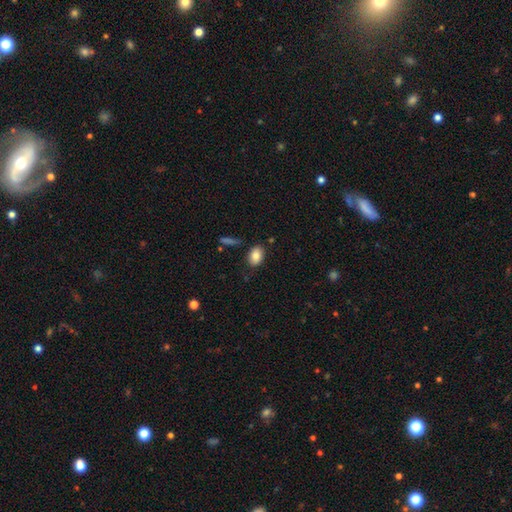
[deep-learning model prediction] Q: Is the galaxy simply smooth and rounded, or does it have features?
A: smooth — 84%.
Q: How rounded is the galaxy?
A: in between — 82%.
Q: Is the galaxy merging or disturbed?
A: none — 82%.